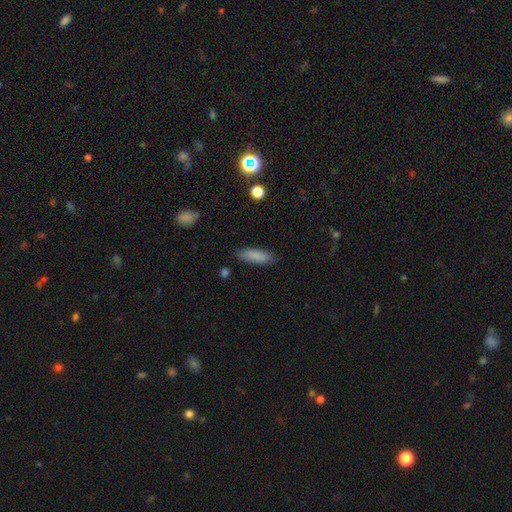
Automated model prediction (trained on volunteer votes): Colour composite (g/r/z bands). It shows a smooth galaxy with no disk features (86%) that is cigar-shaped (51%). Merging: none (85%).